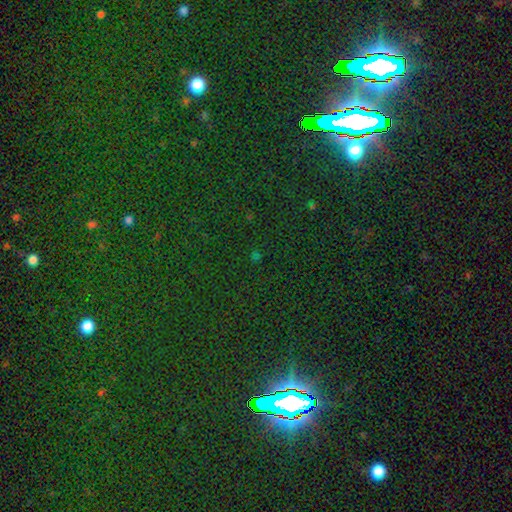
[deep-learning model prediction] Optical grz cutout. It shows a star or artifact, not a galaxy (73%).